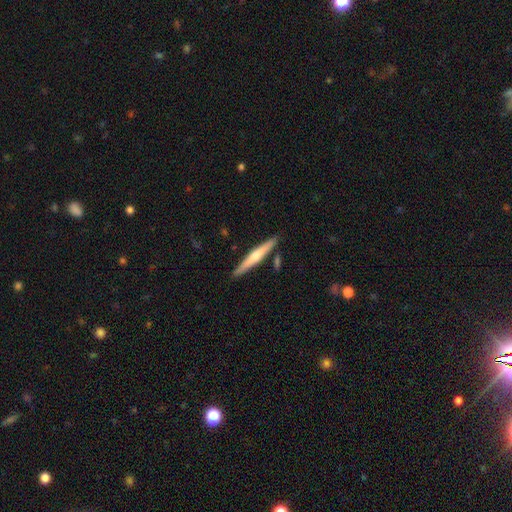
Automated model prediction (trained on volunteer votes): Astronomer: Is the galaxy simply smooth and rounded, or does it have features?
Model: featured or disk — 52% (runner-up: smooth, 43%).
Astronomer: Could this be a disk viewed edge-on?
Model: yes — 97%.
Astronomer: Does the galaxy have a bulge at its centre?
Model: rounded — 74%.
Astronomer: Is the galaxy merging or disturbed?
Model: none — 87%.